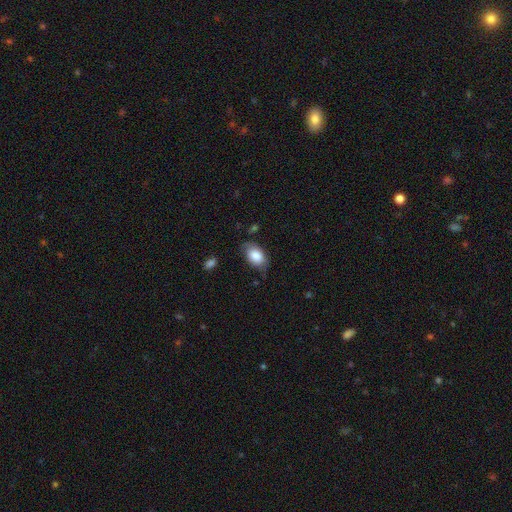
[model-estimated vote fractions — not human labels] Smooth or featured? Predicted: smooth (p=0.81). How rounded? Predicted: in between (p=0.90). Merging? Predicted: none (p=0.67).